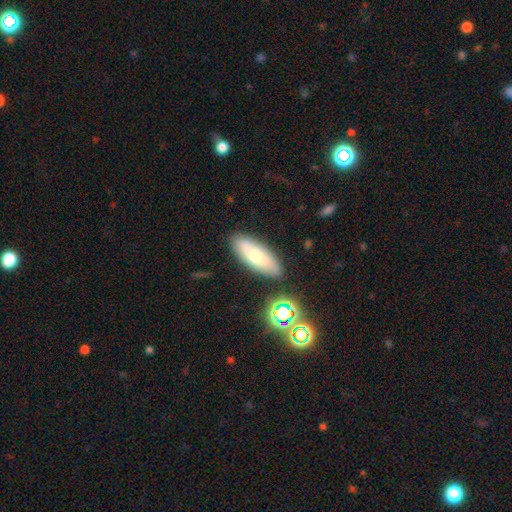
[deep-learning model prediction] Smooth or featured?
  - smooth: 67% *
  - featured or disk: 23%
  - star or artifact: 9%
How rounded?
  - in between: 72% *
  - cigar-shaped: 25%
  - round: 3%
Merging?
  - none: 82% *
  - minor disturbance: 12%
  - merger: 3%
  - major disturbance: 3%